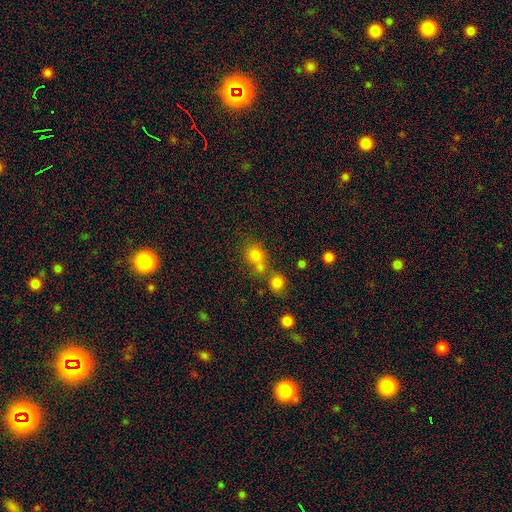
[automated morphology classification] smooth_or_featured: smooth (p=0.75) [alt: star or artifact p=0.17]
how_rounded: round (p=0.80) [alt: in between p=0.19]
merging: none (p=0.50) [alt: merger p=0.38]